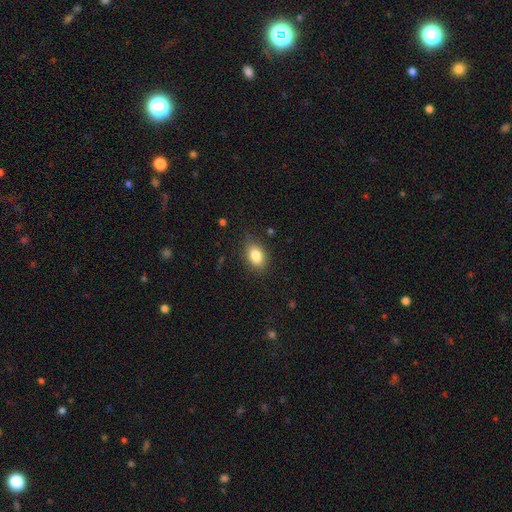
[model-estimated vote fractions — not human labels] Q: Smooth or featured?
A: smooth (83%); runner-up: star or artifact (9%)
Q: How rounded?
A: in between (79%); runner-up: round (19%)
Q: Merging?
A: none (81%); runner-up: minor disturbance (14%)